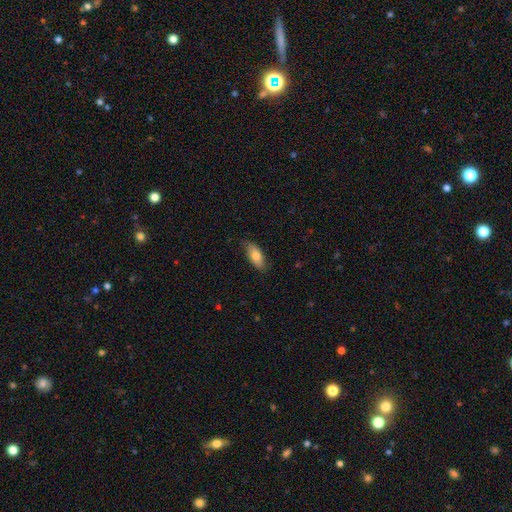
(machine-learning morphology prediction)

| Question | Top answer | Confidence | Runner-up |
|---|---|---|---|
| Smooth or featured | smooth | 78% | featured or disk (16%) |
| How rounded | in between | 85% | cigar-shaped (13%) |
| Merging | none | 79% | minor disturbance (17%) |